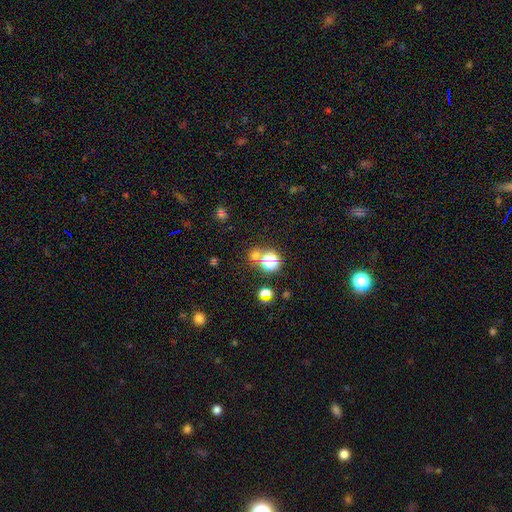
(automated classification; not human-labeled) smooth_or_featured: smooth (p=0.46) [alt: star or artifact p=0.45]
merging: none (p=0.65) [alt: merger p=0.20]